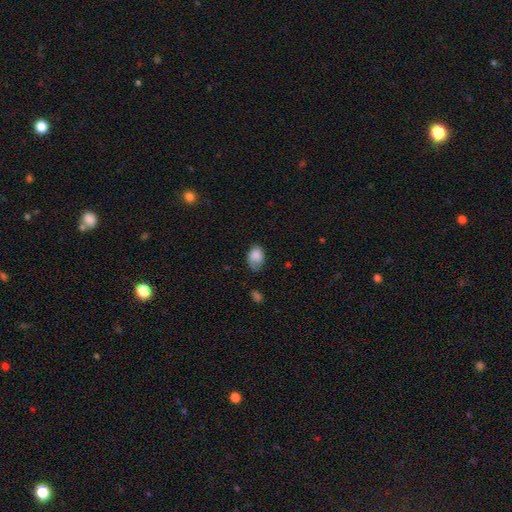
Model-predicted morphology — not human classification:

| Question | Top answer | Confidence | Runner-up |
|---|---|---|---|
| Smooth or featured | smooth | 83% | featured or disk (9%) |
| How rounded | in between | 84% | round (15%) |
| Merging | none | 54% | minor disturbance (34%) |